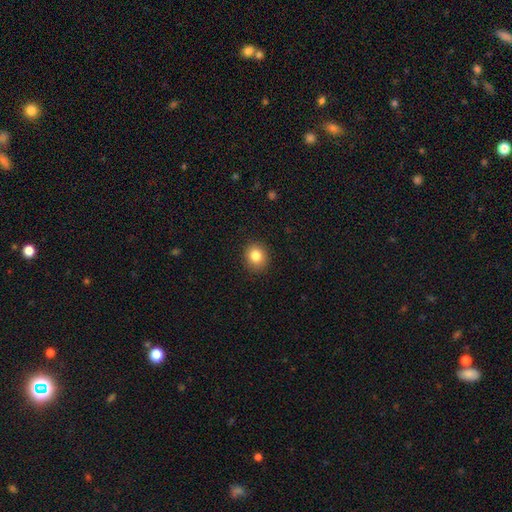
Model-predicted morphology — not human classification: A smooth galaxy with no disk features (83%) that is round (77%). Merging: none (90%).